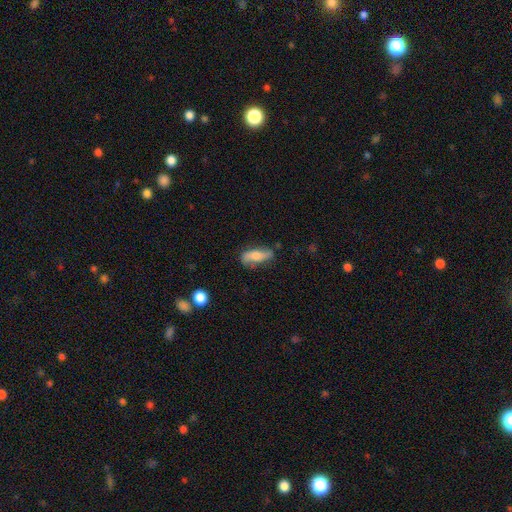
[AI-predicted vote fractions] A smooth galaxy with no disk features (51%) that is in between round and cigar-shaped (60%). Merging: none (67%).